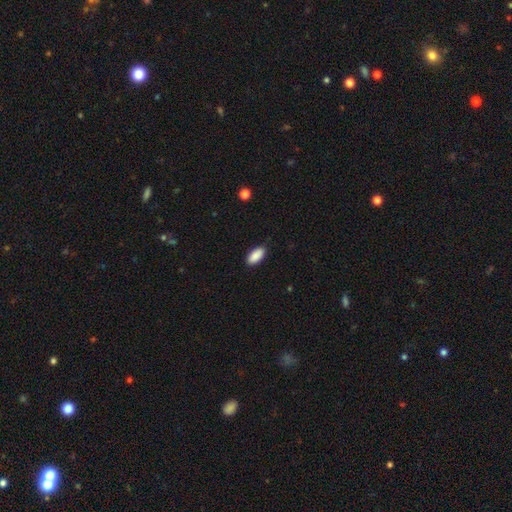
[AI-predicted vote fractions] smooth-or-featured: smooth: 90% | star or artifact: 6% | featured or disk: 4%
  how-rounded: in between: 91% | cigar-shaped: 7% | round: 2%
  merging: none: 88% | minor disturbance: 9% | major disturbance: 2% | merger: 1%